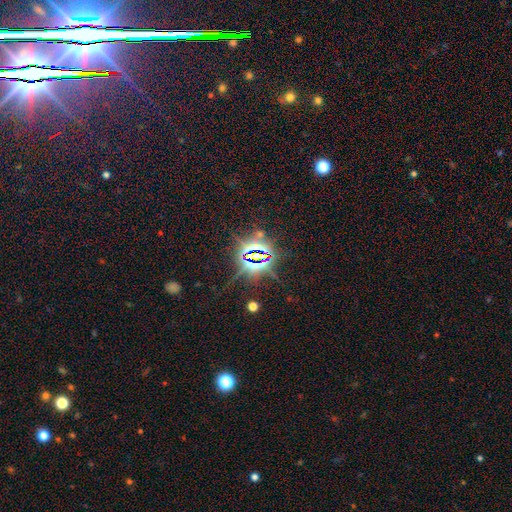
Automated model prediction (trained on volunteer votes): This appears to be a star or artifact, not a galaxy (83%).